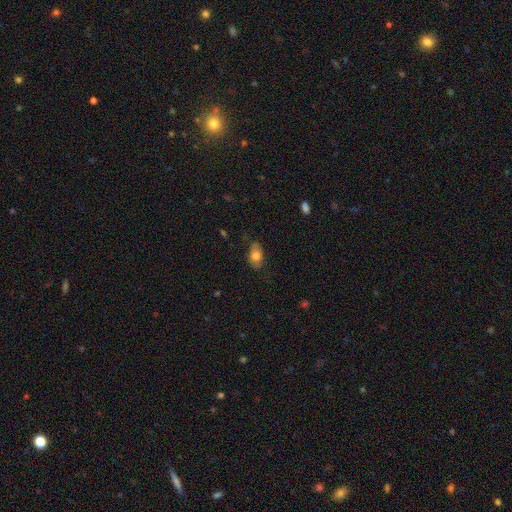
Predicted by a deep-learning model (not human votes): smooth_or_featured: smooth (p=0.75) [alt: featured or disk p=0.17]
how_rounded: in between (p=0.87) [alt: round p=0.09]
merging: none (p=0.74) [alt: minor disturbance p=0.20]